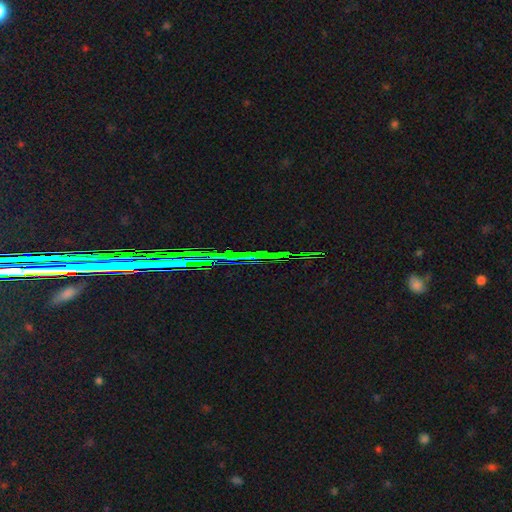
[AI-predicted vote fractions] Q: Smooth or featured?
A: star or artifact (81%); runner-up: featured or disk (11%)